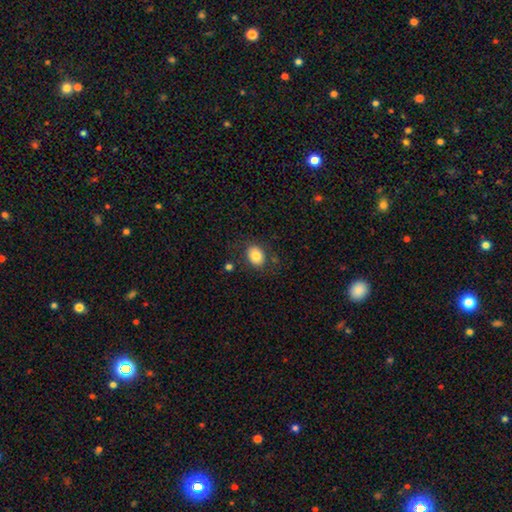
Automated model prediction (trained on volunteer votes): This is clearly a smooth galaxy (81%). How rounded: possibly in between (57%). Merging: likely none (78%).